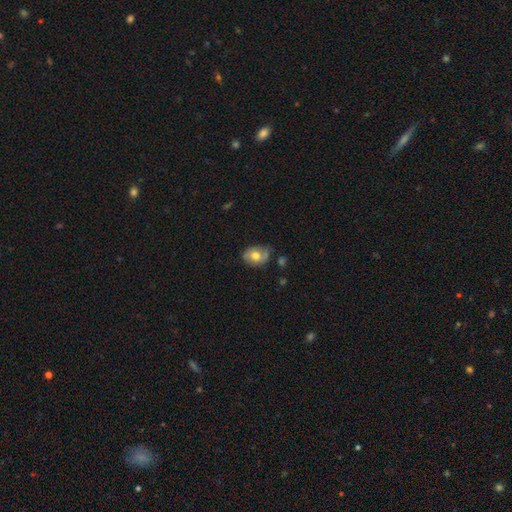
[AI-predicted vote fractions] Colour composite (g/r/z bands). It shows a smooth galaxy with no disk features (65%) that is in between round and cigar-shaped (65%). Merging: none (61%).